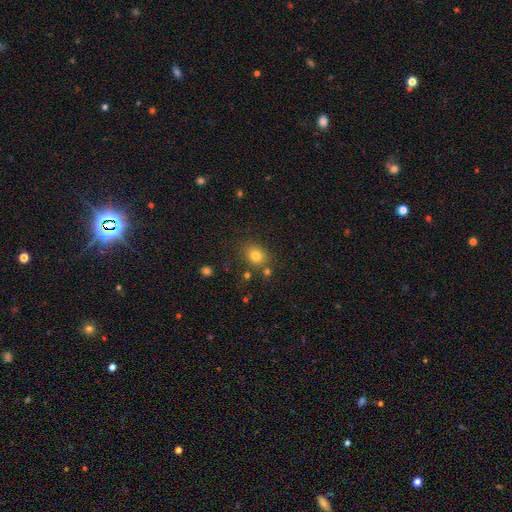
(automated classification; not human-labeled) Morphology: type=smooth (79%); roundness=round (58%); merging=none (77%).